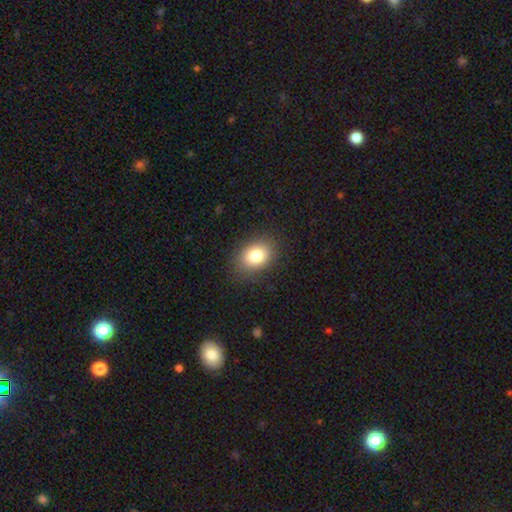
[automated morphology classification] The model was most divided on "how rounded": in between: 69%, round: 30%, cigar-shaped: 1%. More confident: merging — none (85%); smooth or featured — smooth (81%).